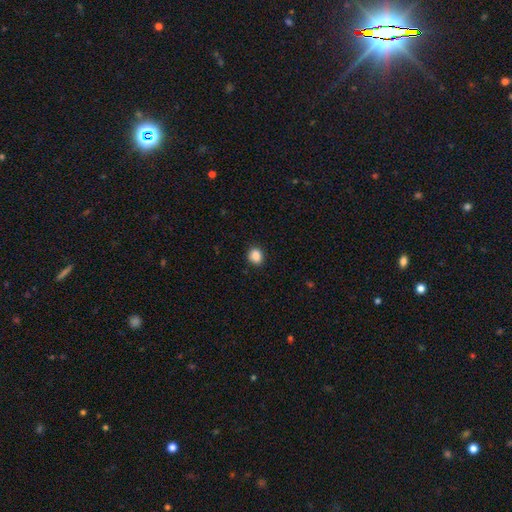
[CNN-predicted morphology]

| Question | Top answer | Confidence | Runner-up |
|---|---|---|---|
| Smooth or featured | smooth | 87% | star or artifact (9%) |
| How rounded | round | 64% | in between (35%) |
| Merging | none | 89% | minor disturbance (8%) |